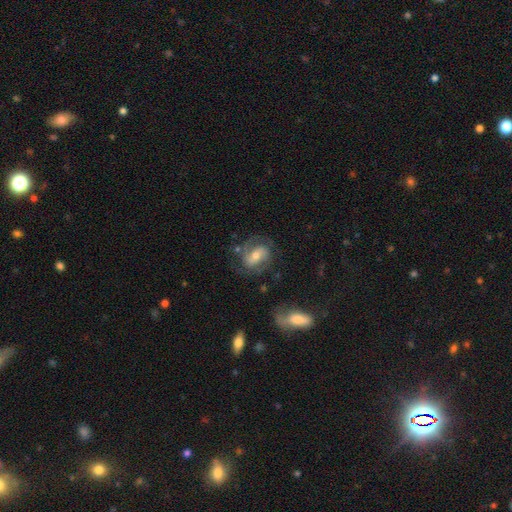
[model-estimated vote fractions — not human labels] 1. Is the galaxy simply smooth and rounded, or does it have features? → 71% featured or disk, 21% smooth, 8% star or artifact.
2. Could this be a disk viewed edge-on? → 96% no, 4% yes.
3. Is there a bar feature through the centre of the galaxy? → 41% weak, 34% no, 25% strong.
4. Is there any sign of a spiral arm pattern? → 88% yes, 12% no.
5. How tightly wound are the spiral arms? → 47% medium, 35% tight, 18% loose.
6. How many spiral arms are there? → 75% 2, 13% can't tell, 5% 3, 4% 1, 1% 4, 1% more than 4.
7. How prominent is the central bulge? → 56% moderate, 35% small, 6% large, 2% none, 1% dominant.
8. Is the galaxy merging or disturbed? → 66% none, 18% minor disturbance, 12% major disturbance, 4% merger.